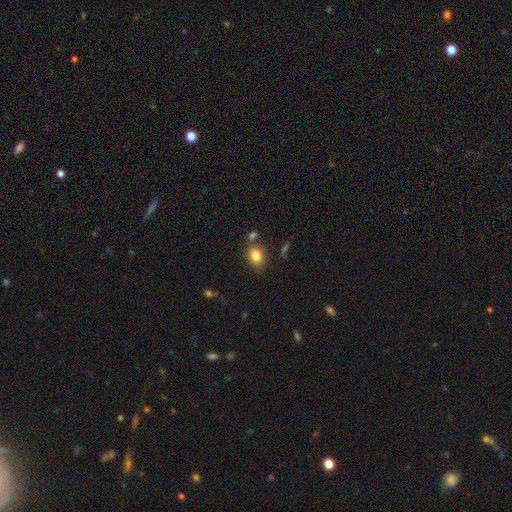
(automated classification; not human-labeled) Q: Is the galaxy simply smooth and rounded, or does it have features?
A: smooth — 83%.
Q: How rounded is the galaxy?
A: in between — 66%.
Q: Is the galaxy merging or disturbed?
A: none — 75%.